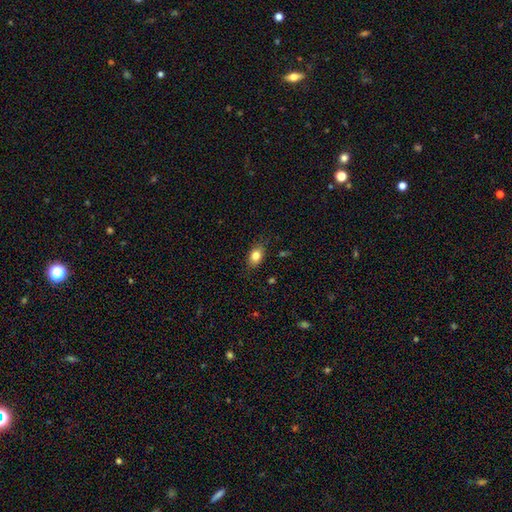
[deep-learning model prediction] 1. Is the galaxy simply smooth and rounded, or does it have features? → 82% smooth, 9% featured or disk, 9% star or artifact.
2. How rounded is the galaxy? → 80% in between, 17% round, 3% cigar-shaped.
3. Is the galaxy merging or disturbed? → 81% none, 14% minor disturbance, 3% major disturbance, 1% merger.